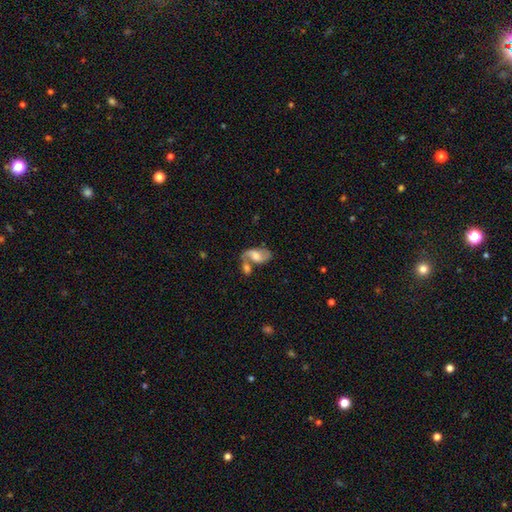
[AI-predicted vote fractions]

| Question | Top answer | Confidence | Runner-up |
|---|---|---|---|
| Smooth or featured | featured or disk | 59% | smooth (33%) |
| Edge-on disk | no | 96% | yes (4%) |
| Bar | no | 44% | weak (42%) |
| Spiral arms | yes | 85% | no (15%) |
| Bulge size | moderate | 46% | small (23%) |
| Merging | merger | 39% | none (36%) |